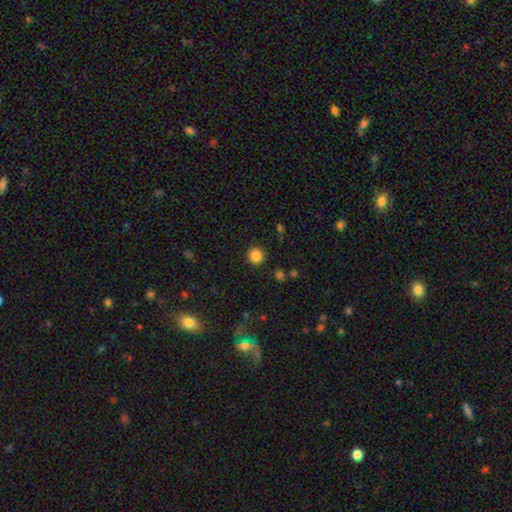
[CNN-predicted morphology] Smooth or featured? smooth (86%)
How rounded? round (93%)
Merging? none (91%)